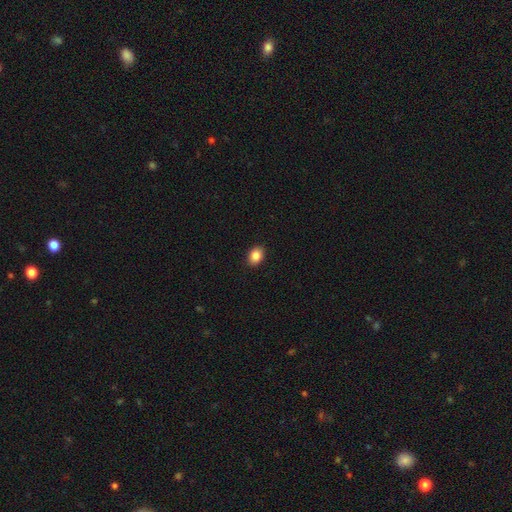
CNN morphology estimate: smooth_or_featured: smooth (p=0.86) [alt: star or artifact p=0.09]
how_rounded: in between (p=0.68) [alt: round p=0.31]
merging: none (p=0.90) [alt: minor disturbance p=0.07]